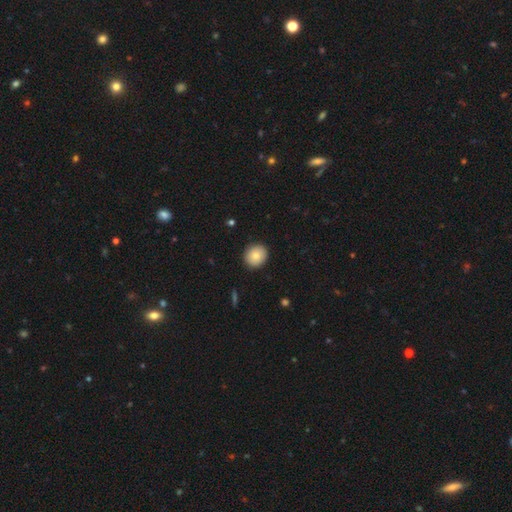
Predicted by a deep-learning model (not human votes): This is clearly a smooth galaxy (81%). How rounded: clearly round (86%). Merging: clearly none (91%).